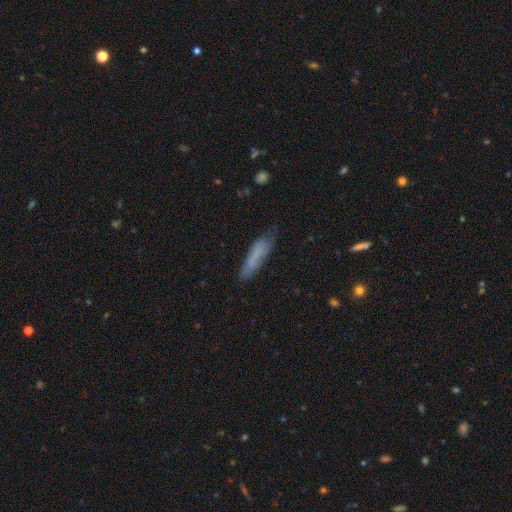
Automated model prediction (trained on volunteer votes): Overall: smooth (66%; featured or disk 26%). How rounded: cigar-shaped (74%). Merging: none (63%; minor disturbance 26%).